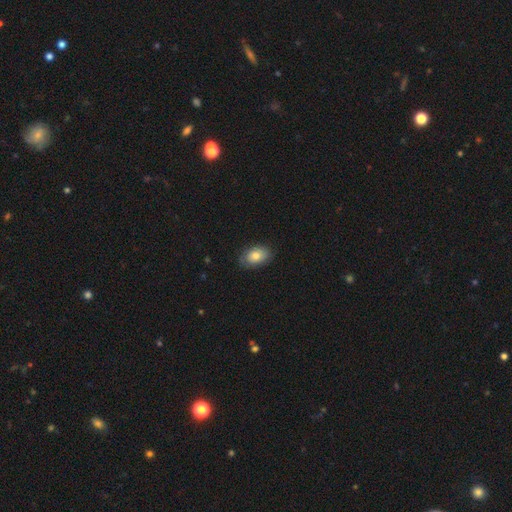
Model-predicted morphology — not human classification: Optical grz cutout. It shows a smooth galaxy with no disk features (77%) that is in between round and cigar-shaped (88%). Merging: none (81%).